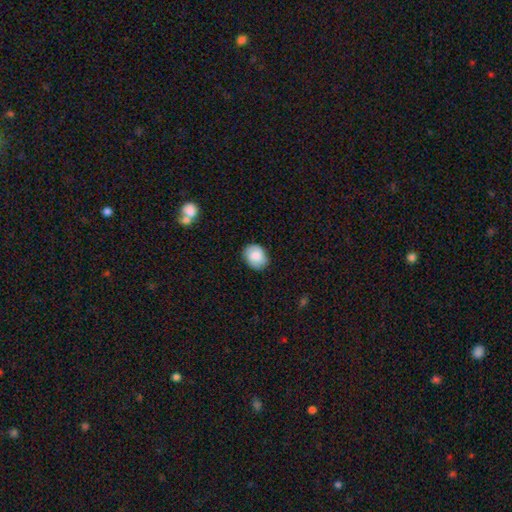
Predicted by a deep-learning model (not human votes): smooth 78%, featured or disk 15%, star or artifact 8%. Down the decision tree: how rounded — round (51%); merging — none (83%).